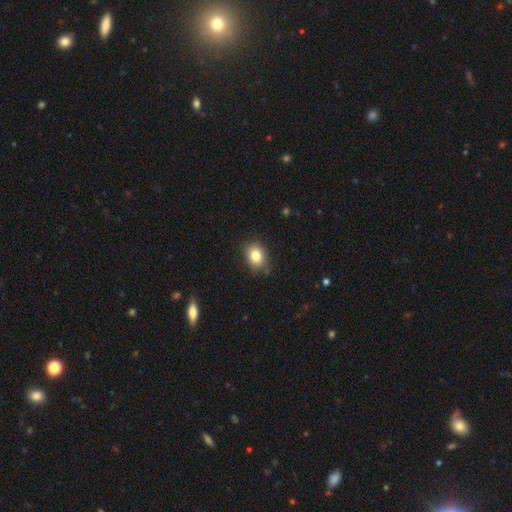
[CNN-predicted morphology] Smooth or featured?
  - smooth: 82% *
  - star or artifact: 10%
  - featured or disk: 8%
How rounded?
  - in between: 53% *
  - round: 46%
  - cigar-shaped: 1%
Merging?
  - none: 81% *
  - minor disturbance: 15%
  - major disturbance: 3%
  - merger: 2%